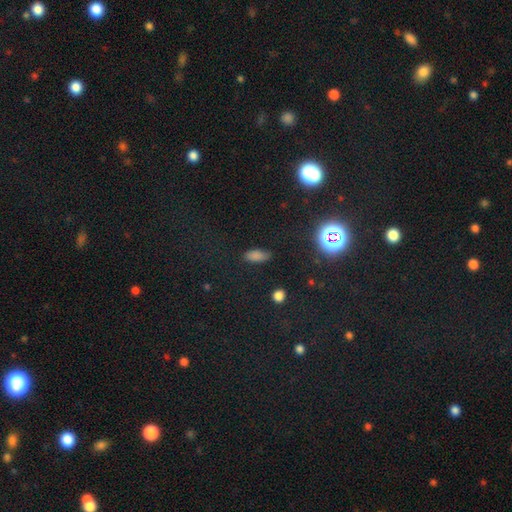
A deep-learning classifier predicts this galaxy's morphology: This is likely a smooth galaxy (64%). How rounded: likely in between (70%). Merging: clearly none (83%).